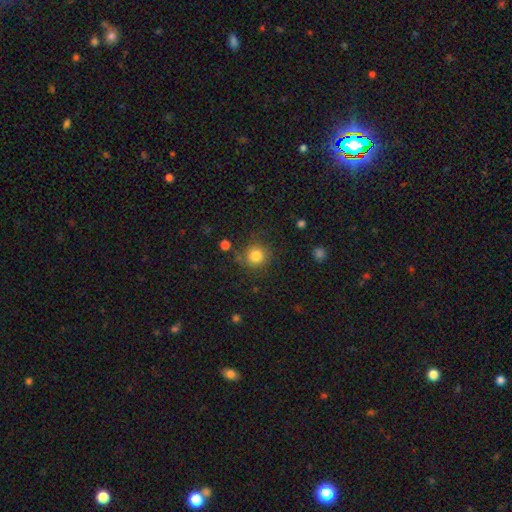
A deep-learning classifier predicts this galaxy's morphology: type=smooth (82%); roundness=round (92%); merging=none (81%).